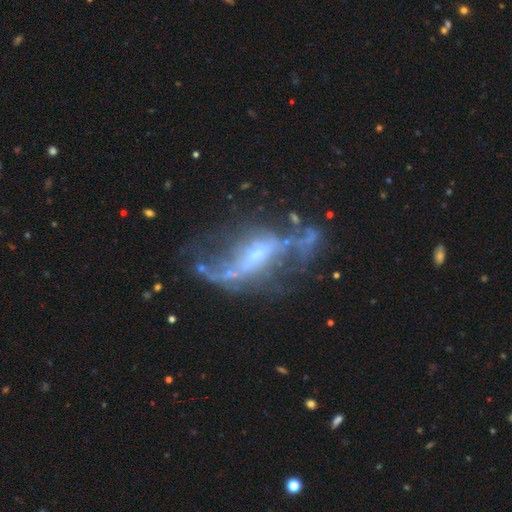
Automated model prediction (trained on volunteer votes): Smooth or featured?
  - featured or disk: 79% *
  - smooth: 11%
  - star or artifact: 10%
Edge-on disk?
  - no: 87% *
  - yes: 13%
Bar?
  - weak: 38% *
  - no: 34%
  - strong: 28%
Spiral arms?
  - yes: 69% *
  - no: 31%
Bulge size?
  - small: 51% *
  - moderate: 33%
  - none: 10%
  - large: 4%
  - dominant: 2%
Merging?
  - none: 39% *
  - major disturbance: 31%
  - minor disturbance: 19%
  - merger: 11%